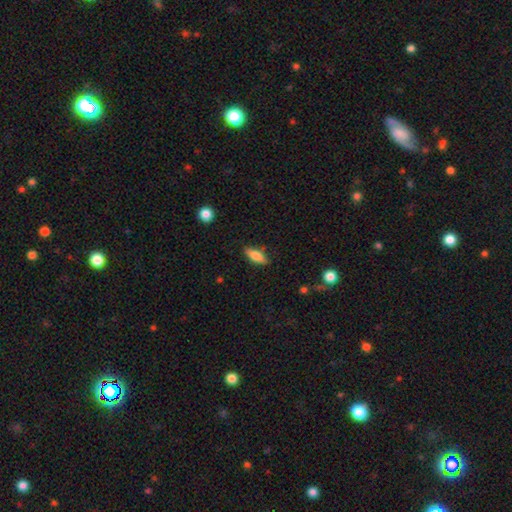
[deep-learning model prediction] A smooth galaxy with no disk features (74%) that is in between round and cigar-shaped (68%). Merging: none (82%).